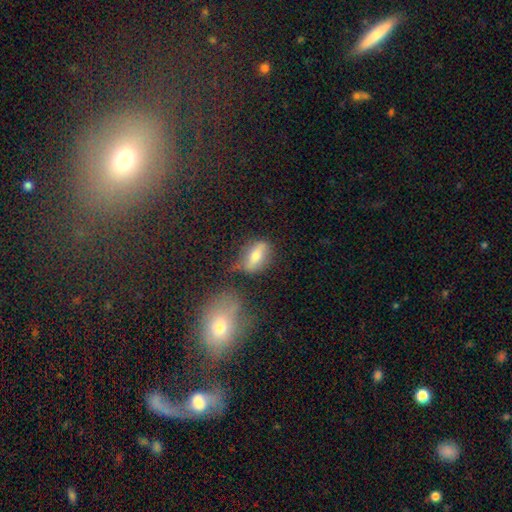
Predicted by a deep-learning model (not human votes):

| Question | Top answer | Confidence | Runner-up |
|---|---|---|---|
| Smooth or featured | smooth | 54% | featured or disk (35%) |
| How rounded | in between | 74% | cigar-shaped (16%) |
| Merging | none | 59% | minor disturbance (21%) |